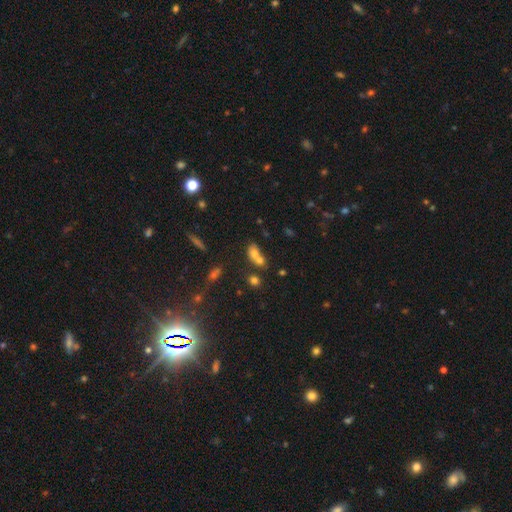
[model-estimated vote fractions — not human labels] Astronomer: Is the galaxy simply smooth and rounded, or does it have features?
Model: smooth — 67%.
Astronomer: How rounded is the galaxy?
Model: in between — 59% (runner-up: round, 37%).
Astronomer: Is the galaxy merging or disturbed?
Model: merger — 64%.